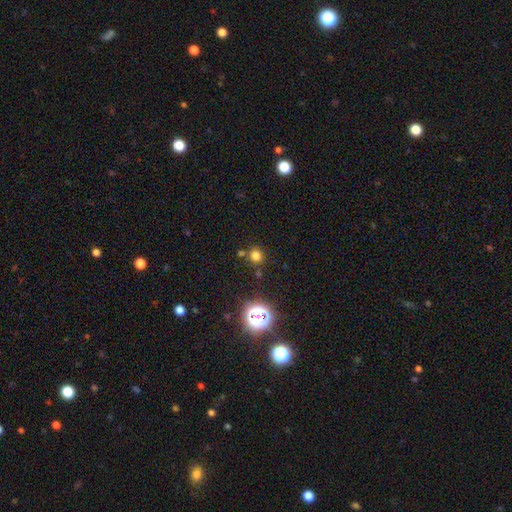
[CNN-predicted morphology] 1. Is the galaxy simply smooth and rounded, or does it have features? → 73% smooth, 22% star or artifact, 6% featured or disk.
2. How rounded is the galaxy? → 90% round, 9% in between, 1% cigar-shaped.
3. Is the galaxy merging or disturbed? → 79% none, 10% merger, 9% minor disturbance, 3% major disturbance.